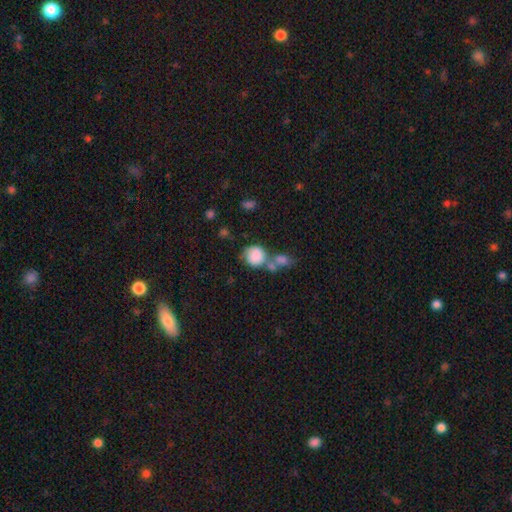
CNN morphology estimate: Smooth or featured? smooth (81%)
How rounded? round (79%)
Merging? merger (43%)